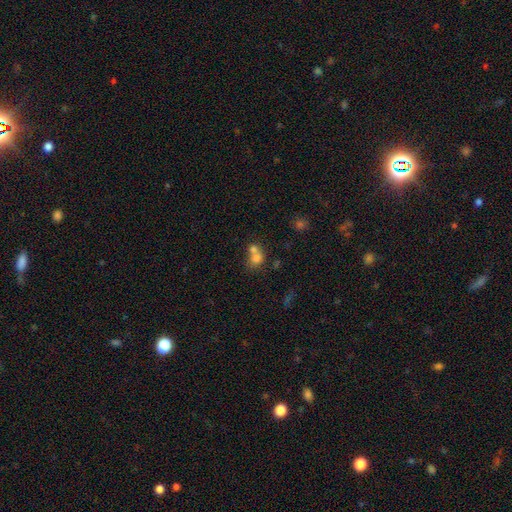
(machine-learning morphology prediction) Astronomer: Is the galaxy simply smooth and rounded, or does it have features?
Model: smooth — 73%.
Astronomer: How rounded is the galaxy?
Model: round — 64%.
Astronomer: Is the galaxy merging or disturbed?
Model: merger — 63%.